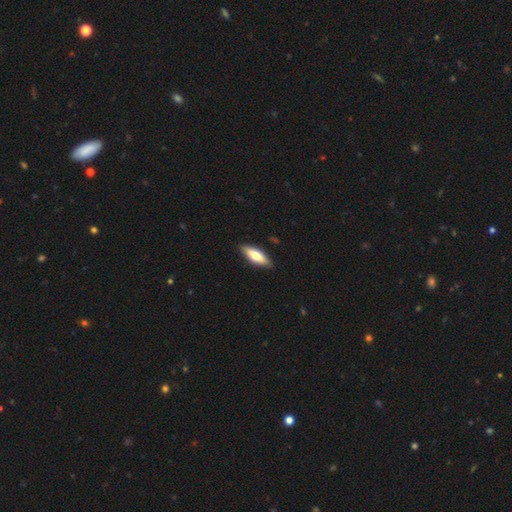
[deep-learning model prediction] A smooth galaxy with no disk features (66%) that is in between round and cigar-shaped (54%).

Vote fractions:
- Smooth or featured? smooth: 66% / featured or disk: 29% / star or artifact: 5%
- How rounded? in between: 54% / cigar-shaped: 44% / round: 2%
- Merging? none: 87% / minor disturbance: 10% / major disturbance: 2% / merger: 1%